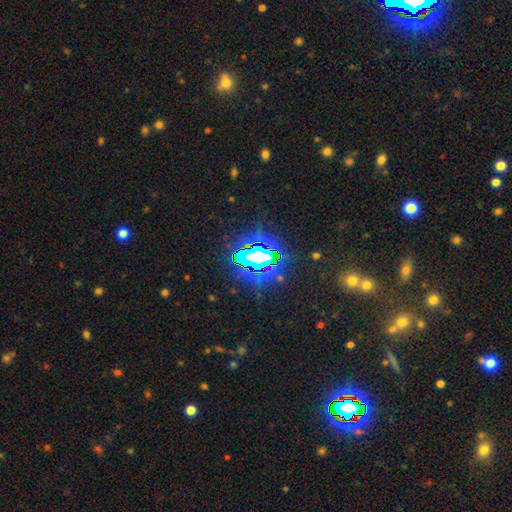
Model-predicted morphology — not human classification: Smooth or featured?
  - star or artifact: 78% *
  - smooth: 11%
  - featured or disk: 10%